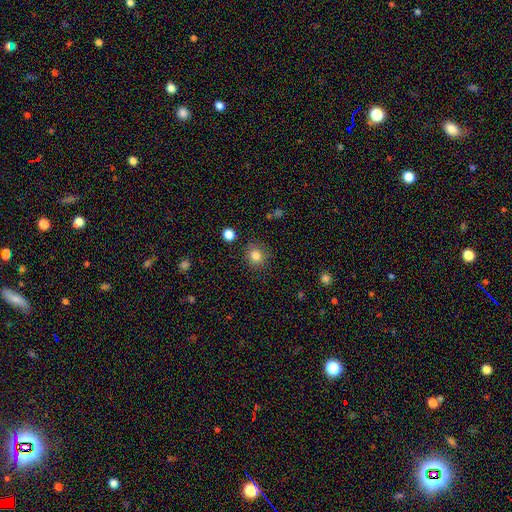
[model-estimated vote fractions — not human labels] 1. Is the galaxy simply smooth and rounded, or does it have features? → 83% smooth, 12% star or artifact, 6% featured or disk.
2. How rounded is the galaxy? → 89% round, 10% in between, 1% cigar-shaped.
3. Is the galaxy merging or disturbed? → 86% none, 9% minor disturbance, 3% major disturbance, 2% merger.